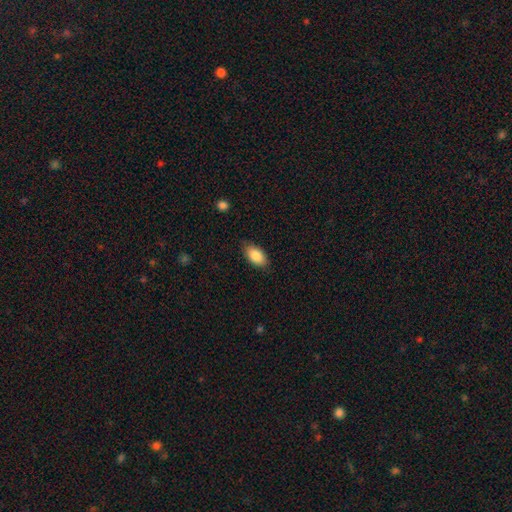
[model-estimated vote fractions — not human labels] A smooth galaxy with no disk features (87%) that is in between round and cigar-shaped (93%). Merging: none (84%).